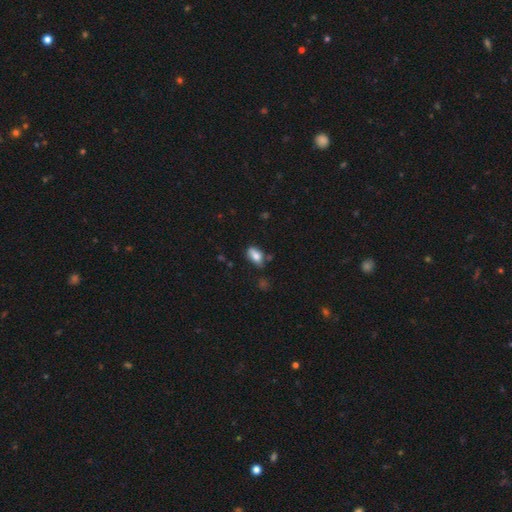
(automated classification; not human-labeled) Q: Smooth or featured?
A: smooth (77%); runner-up: featured or disk (15%)
Q: How rounded?
A: in between (89%); runner-up: round (6%)
Q: Merging?
A: none (57%); runner-up: minor disturbance (28%)